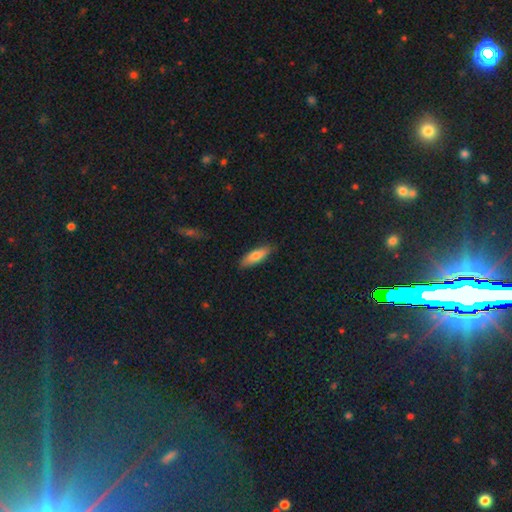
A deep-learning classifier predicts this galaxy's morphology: Q: Smooth or featured?
A: smooth (77%); runner-up: featured or disk (17%)
Q: How rounded?
A: in between (54%); runner-up: cigar-shaped (44%)
Q: Merging?
A: none (85%); runner-up: minor disturbance (12%)